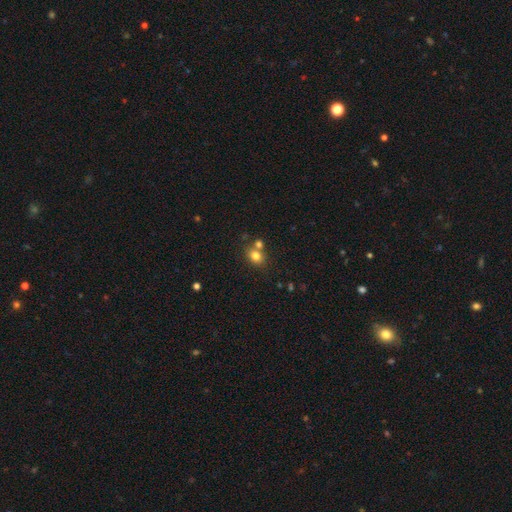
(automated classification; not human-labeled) Smooth or featured? smooth (79%)
How rounded? round (58%)
Merging? none (57%)